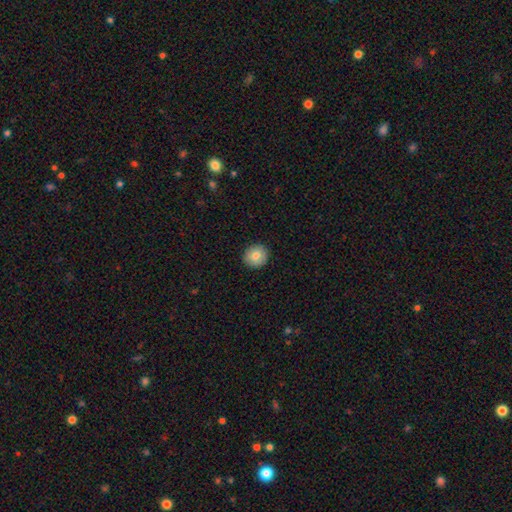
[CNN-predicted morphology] Smooth or featured? smooth (80%)
How rounded? round (90%)
Merging? none (92%)